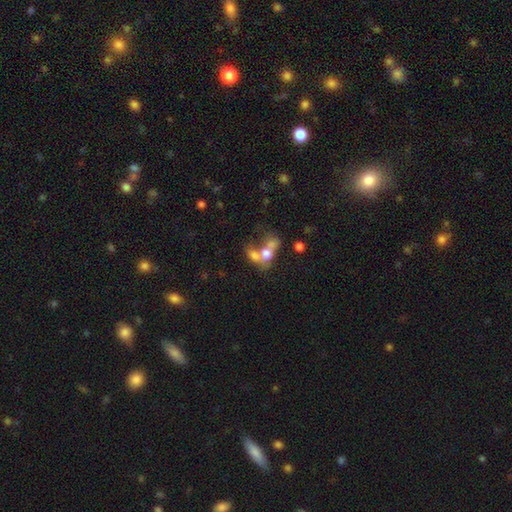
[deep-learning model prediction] Overall: smooth (60%; featured or disk 28%). How rounded: in between (67%; round 29%). Merging: merger (70%).